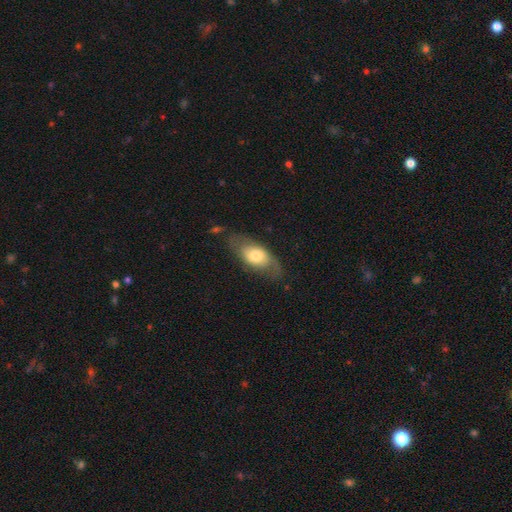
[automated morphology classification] The model was most divided on "smooth or featured": smooth: 55%, featured or disk: 39%, star or artifact: 6%. More confident: how rounded — in between (85%); merging — none (67%).